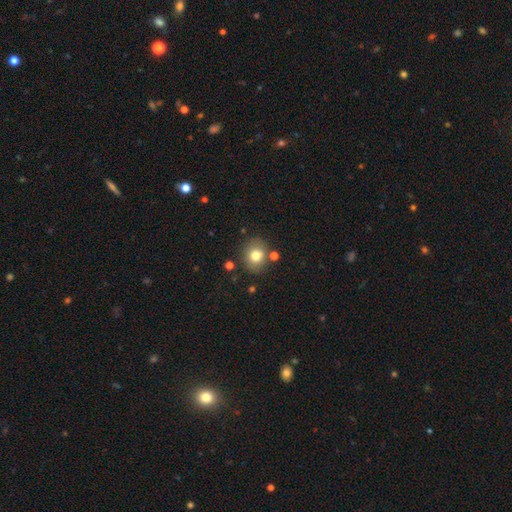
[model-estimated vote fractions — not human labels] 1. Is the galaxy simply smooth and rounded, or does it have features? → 77% smooth, 12% featured or disk, 11% star or artifact.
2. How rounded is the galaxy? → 73% round, 26% in between, 1% cigar-shaped.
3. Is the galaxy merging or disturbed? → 79% none, 11% minor disturbance, 6% merger, 3% major disturbance.